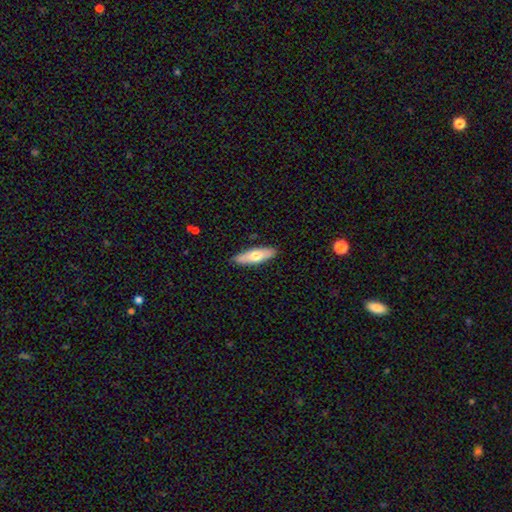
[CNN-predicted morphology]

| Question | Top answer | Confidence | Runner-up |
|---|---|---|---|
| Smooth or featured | smooth | 64% | featured or disk (31%) |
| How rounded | cigar-shaped | 50% | in between (48%) |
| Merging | none | 87% | minor disturbance (10%) |